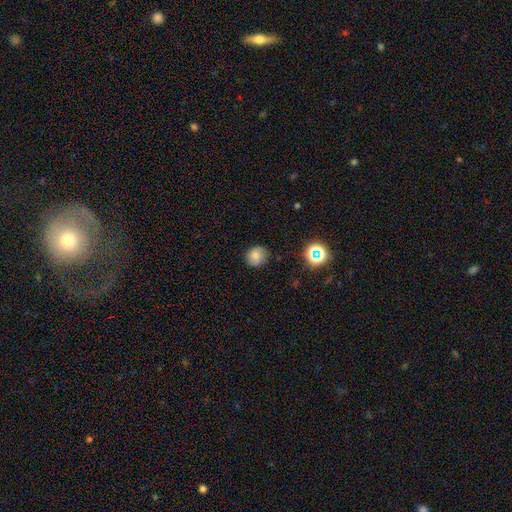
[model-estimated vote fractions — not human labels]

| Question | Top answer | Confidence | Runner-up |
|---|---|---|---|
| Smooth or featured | smooth | 76% | star or artifact (14%) |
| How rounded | round | 81% | in between (18%) |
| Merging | none | 83% | minor disturbance (13%) |